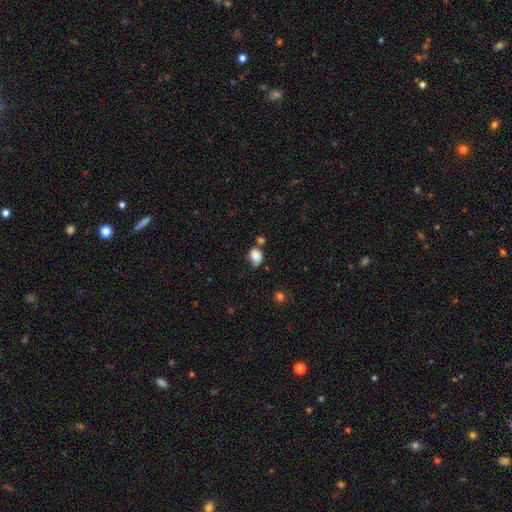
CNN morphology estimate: type=smooth (82%); roundness=in between (57%); merging=none (41%).